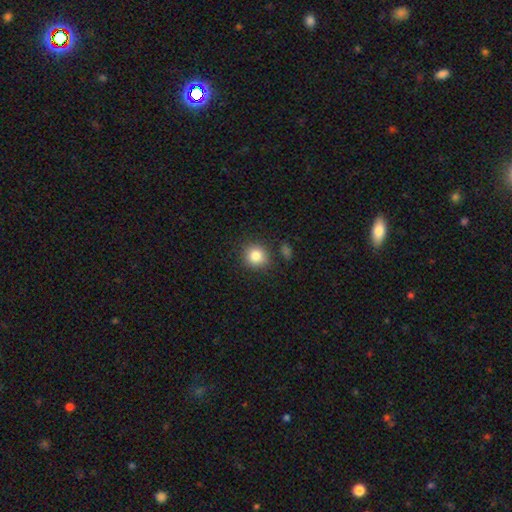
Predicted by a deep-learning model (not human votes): smooth-or-featured: smooth: 84% | star or artifact: 10% | featured or disk: 6%
  how-rounded: round: 88% | in between: 11% | cigar-shaped: 1%
  merging: none: 83% | minor disturbance: 10% | merger: 4% | major disturbance: 3%